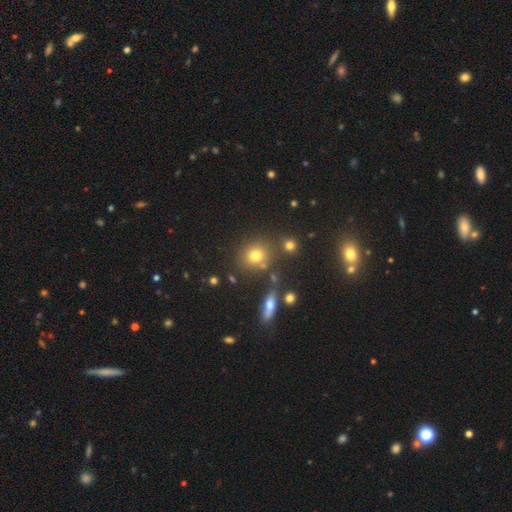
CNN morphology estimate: The model was most divided on "how rounded": round: 75%, in between: 23%, cigar-shaped: 2%. More confident: merging — none (73%); smooth or featured — smooth (72%).